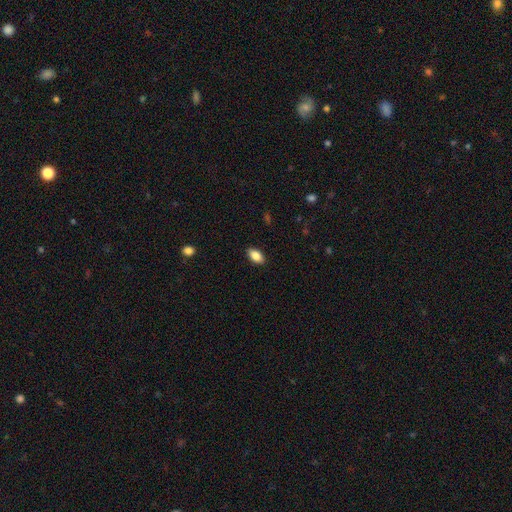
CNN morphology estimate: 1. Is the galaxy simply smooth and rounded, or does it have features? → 87% smooth, 7% star or artifact, 6% featured or disk.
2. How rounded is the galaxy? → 92% in between, 4% round, 3% cigar-shaped.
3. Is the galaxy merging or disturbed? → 89% none, 8% minor disturbance, 2% major disturbance, 1% merger.